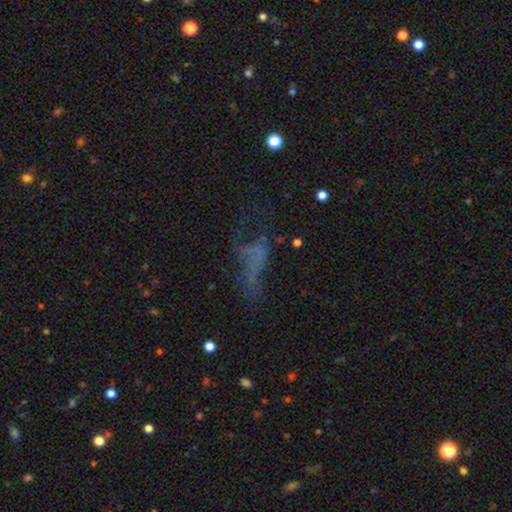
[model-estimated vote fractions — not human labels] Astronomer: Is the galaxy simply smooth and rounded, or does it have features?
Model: featured or disk — 39% (runner-up: smooth, 35%).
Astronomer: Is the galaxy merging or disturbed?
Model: major disturbance — 41% (runner-up: none, 35%).